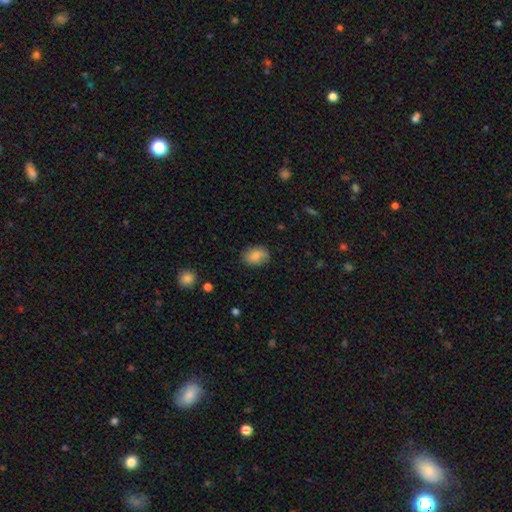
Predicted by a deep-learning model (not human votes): Smooth or featured: smooth — 85% (featured or disk — 8%)
How rounded: in between — 83% (round — 16%)
Merging: none — 80% (minor disturbance — 15%)